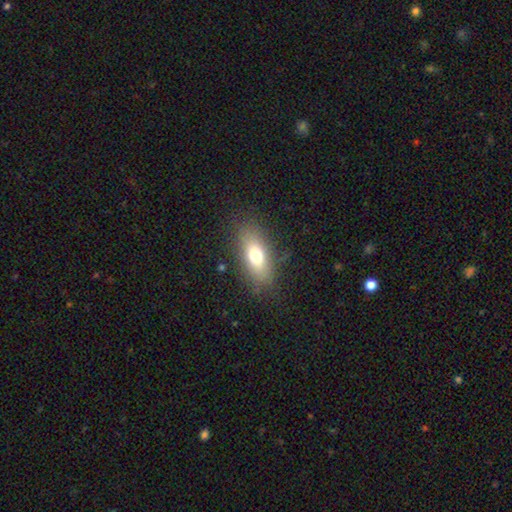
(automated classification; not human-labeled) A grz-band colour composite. It shows a smooth galaxy with no disk features (69%) that is in between round and cigar-shaped (77%). Merging: none (81%).